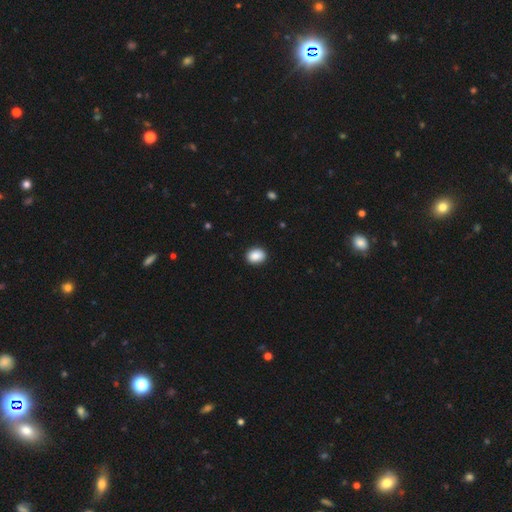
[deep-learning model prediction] A smooth galaxy with no disk features (89%) that is in between round and cigar-shaped (58%).

Vote fractions:
- Smooth or featured? smooth: 89% / star or artifact: 8% / featured or disk: 3%
- How rounded? in between: 58% / round: 41% / cigar-shaped: 1%
- Merging? none: 90% / minor disturbance: 7% / major disturbance: 2% / merger: 1%